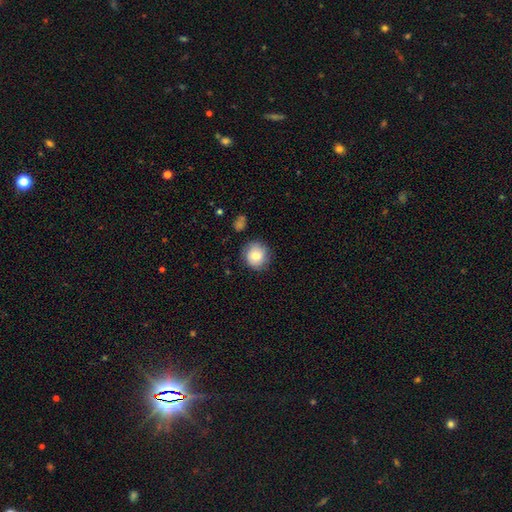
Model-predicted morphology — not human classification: This appears to be a smooth galaxy with no disk features (80%) that is round (87%). Merging: none (82%).